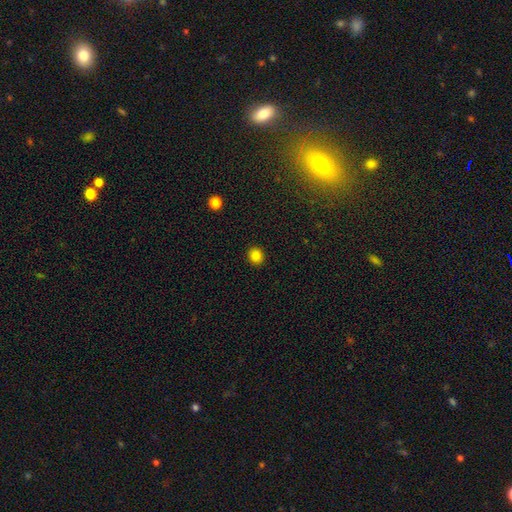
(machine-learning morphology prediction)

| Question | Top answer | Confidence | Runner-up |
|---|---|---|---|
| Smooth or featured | smooth | 84% | star or artifact (12%) |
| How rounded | round | 82% | in between (17%) |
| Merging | none | 92% | minor disturbance (5%) |